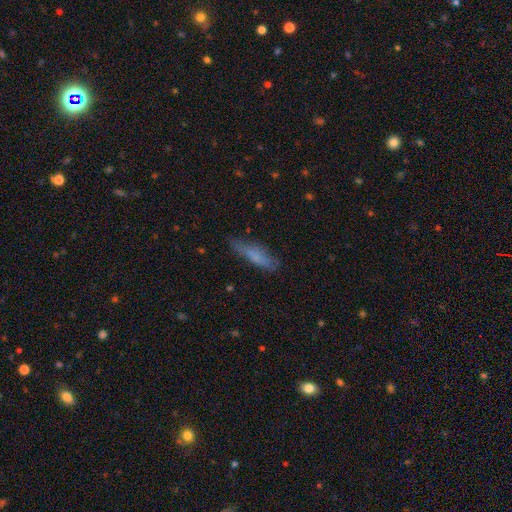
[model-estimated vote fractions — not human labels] smooth_or_featured: smooth (p=0.71) [alt: featured or disk p=0.21]
how_rounded: cigar-shaped (p=0.73) [alt: in between p=0.25]
merging: none (p=0.69) [alt: minor disturbance p=0.23]